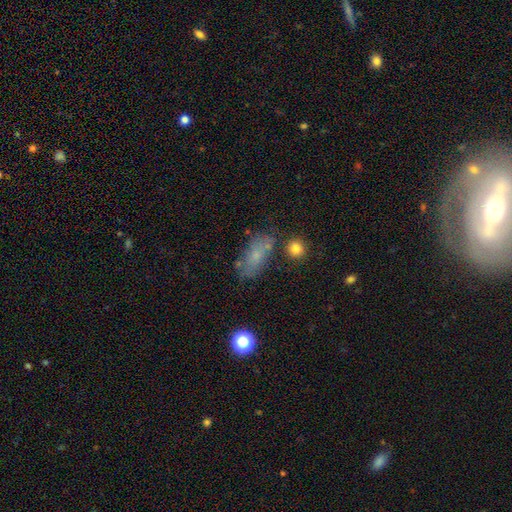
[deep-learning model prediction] Smooth or featured: smooth — 67% (featured or disk — 22%)
How rounded: in between — 81% (cigar-shaped — 13%)
Merging: none — 62% (minor disturbance — 20%)